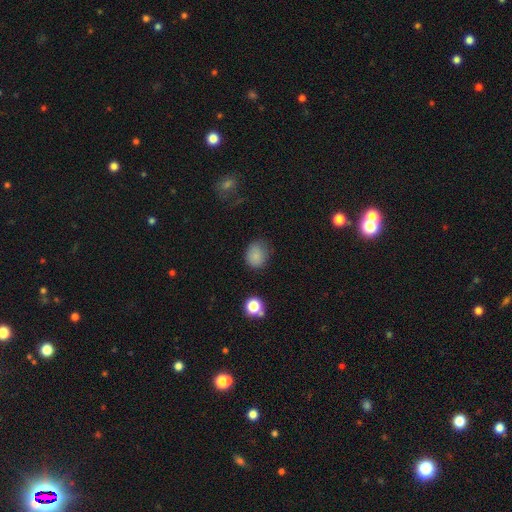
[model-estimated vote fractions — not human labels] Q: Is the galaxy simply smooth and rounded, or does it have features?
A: smooth — 82%.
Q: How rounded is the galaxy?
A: round — 63%.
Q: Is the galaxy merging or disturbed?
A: none — 70%.